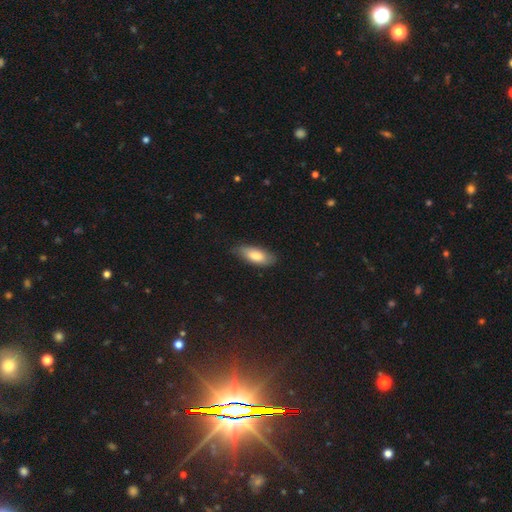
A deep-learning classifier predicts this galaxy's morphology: A smooth galaxy with no disk features (80%) that is in between round and cigar-shaped (76%).

Vote fractions:
- Smooth or featured? smooth: 80% / featured or disk: 14% / star or artifact: 6%
- How rounded? in between: 76% / cigar-shaped: 22% / round: 2%
- Merging? none: 73% / minor disturbance: 22% / major disturbance: 4% / merger: 1%